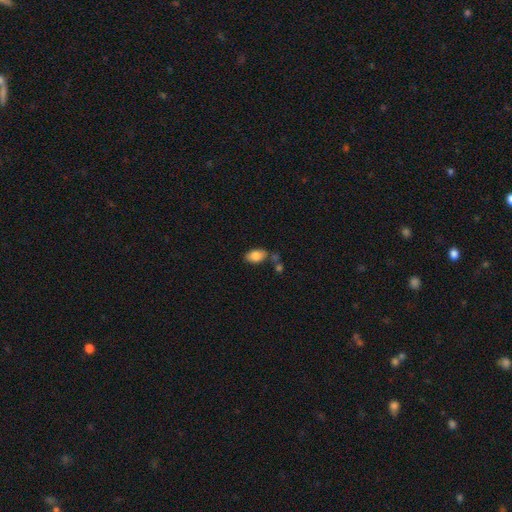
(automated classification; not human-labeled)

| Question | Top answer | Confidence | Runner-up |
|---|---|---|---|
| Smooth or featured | smooth | 84% | featured or disk (9%) |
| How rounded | in between | 91% | round (7%) |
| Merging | none | 67% | minor disturbance (16%) |